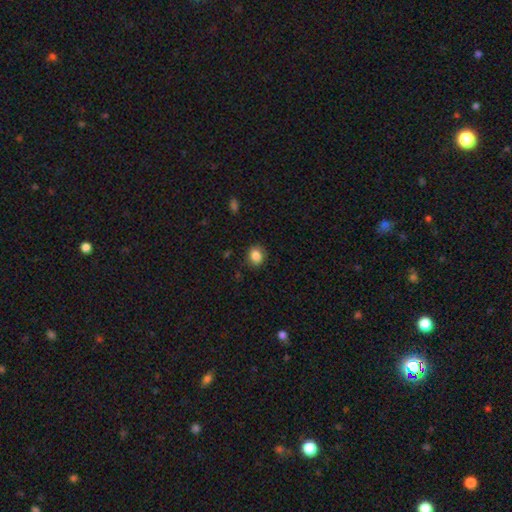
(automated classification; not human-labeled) smooth 85%, star or artifact 9%, featured or disk 6%. Down the decision tree: how rounded — round (66%); merging — none (85%).